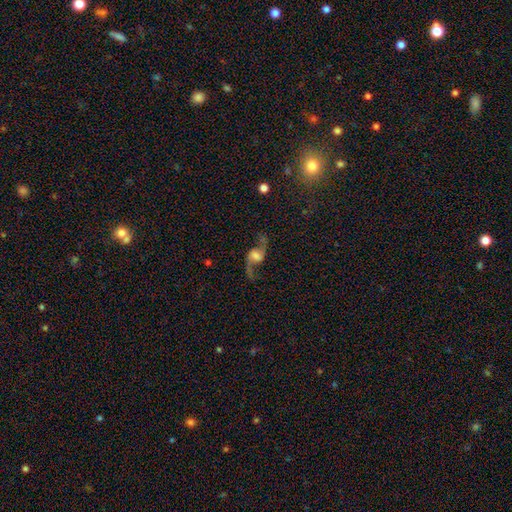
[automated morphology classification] smooth_or_featured: featured or disk (p=0.84) [alt: smooth p=0.09]
disk_edge_on: no (p=0.95) [alt: yes p=0.05]
bar: weak (p=0.44) [alt: no p=0.43]
has_spiral_arms: yes (p=0.96) [alt: no p=0.04]
spiral_winding: loose (p=0.89) [alt: medium p=0.09]
spiral_arm_count: 2 (p=0.94) [alt: 1 p=0.02]
bulge_size: moderate (p=0.33) [alt: large p=0.27]
merging: none (p=0.75) [alt: minor disturbance p=0.13]